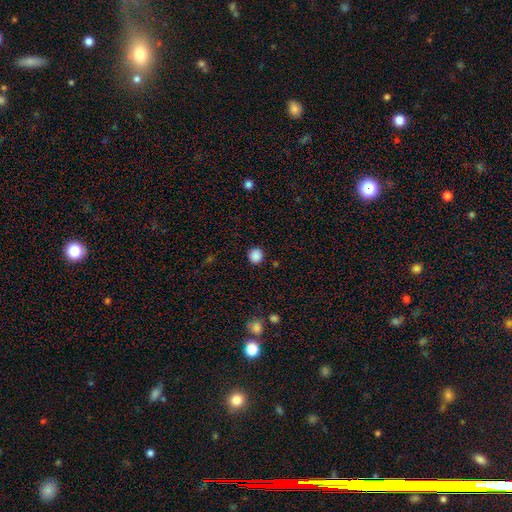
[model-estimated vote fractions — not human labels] This is clearly a smooth galaxy (87%). How rounded: clearly round (92%). Merging: clearly none (91%).